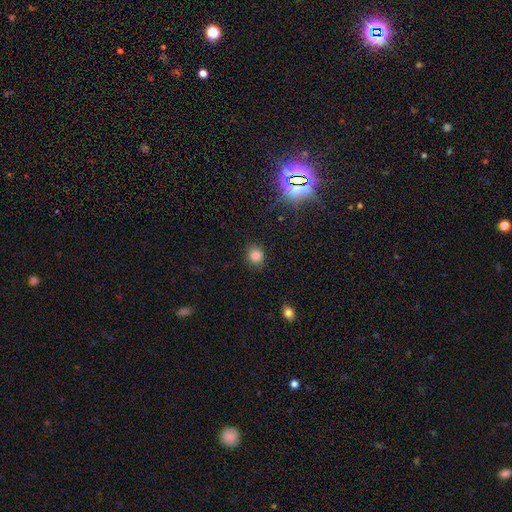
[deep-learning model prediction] Overall: smooth (79%). How rounded: round (75%). Merging: none (87%).